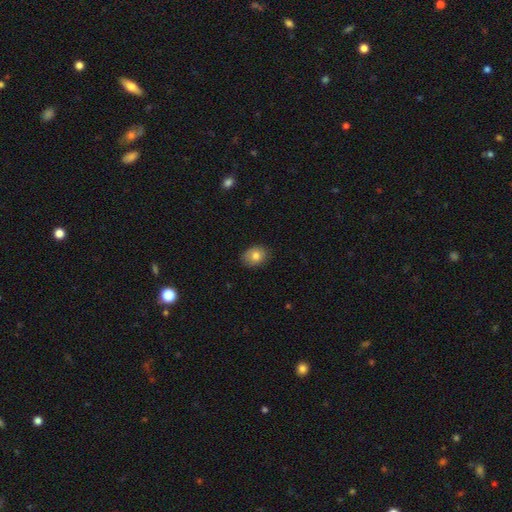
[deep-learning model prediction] Smooth or featured?
  - smooth: 79% *
  - featured or disk: 12%
  - star or artifact: 9%
How rounded?
  - in between: 55% *
  - round: 44%
  - cigar-shaped: 1%
Merging?
  - none: 82% *
  - minor disturbance: 15%
  - major disturbance: 2%
  - merger: 1%